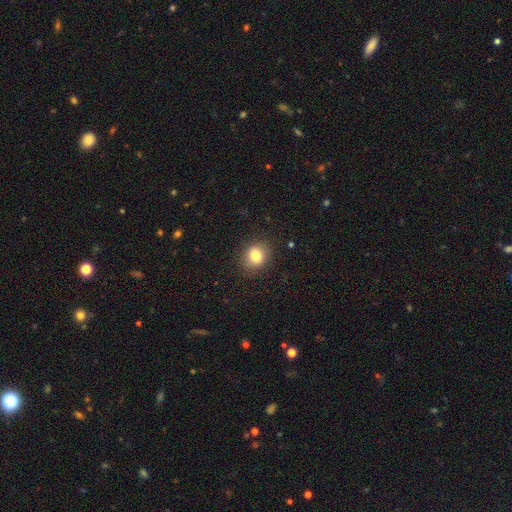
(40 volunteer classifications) A smooth galaxy with no disk features (82%) that is round (55%).

Vote fractions:
- Smooth or featured? smooth: 82% / featured or disk: 12% / star or artifact: 5%
- How rounded? round: 55% / in between: 45% / cigar-shaped: 0%
- Merging? none: 95% / minor disturbance: 5% / major disturbance: 0% / merger: 0%